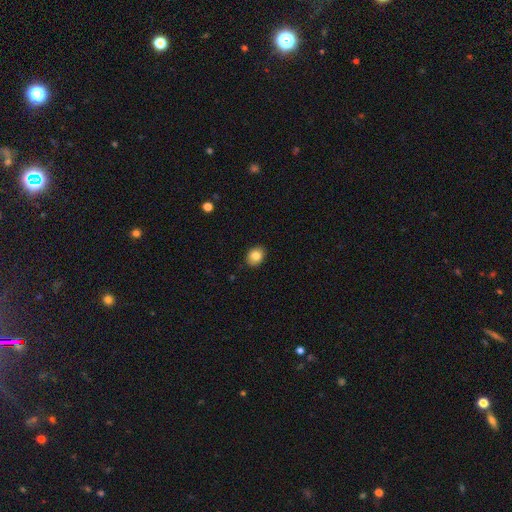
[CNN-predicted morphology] smooth-or-featured: smooth: 82% | featured or disk: 9% | star or artifact: 9%
  how-rounded: in between: 56% | round: 43% | cigar-shaped: 1%
  merging: none: 88% | minor disturbance: 9% | major disturbance: 2% | merger: 1%